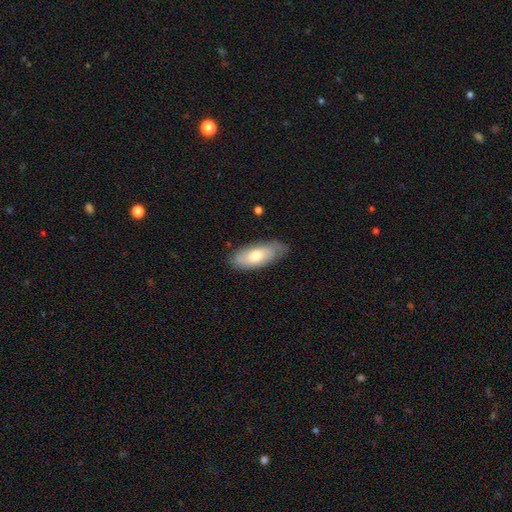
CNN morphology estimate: smooth-or-featured: smooth: 64% | featured or disk: 30% | star or artifact: 6%
  how-rounded: in between: 84% | cigar-shaped: 14% | round: 2%
  merging: none: 73% | minor disturbance: 22% | major disturbance: 4% | merger: 1%